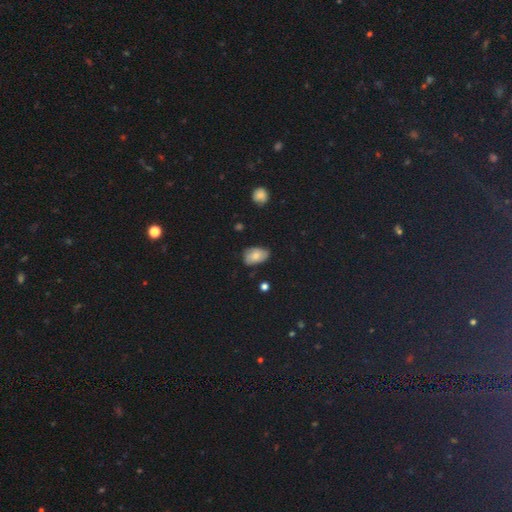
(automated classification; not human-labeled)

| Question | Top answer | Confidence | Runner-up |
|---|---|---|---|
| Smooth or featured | smooth | 72% | featured or disk (17%) |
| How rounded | in between | 86% | round (13%) |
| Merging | none | 60% | minor disturbance (32%) |